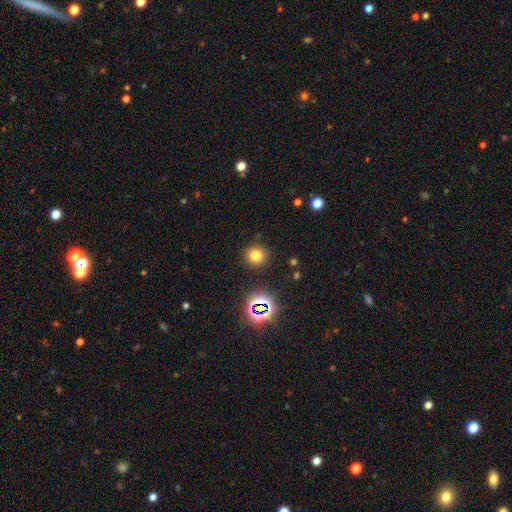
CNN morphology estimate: Smooth or featured?
  - smooth: 73% *
  - star or artifact: 20%
  - featured or disk: 7%
How rounded?
  - round: 88% *
  - in between: 11%
  - cigar-shaped: 1%
Merging?
  - none: 88% *
  - minor disturbance: 8%
  - major disturbance: 3%
  - merger: 2%